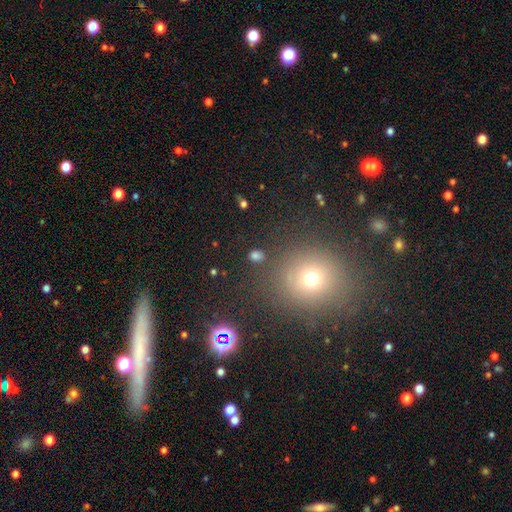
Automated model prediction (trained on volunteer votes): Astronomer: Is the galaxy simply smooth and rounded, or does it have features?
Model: smooth — 75%.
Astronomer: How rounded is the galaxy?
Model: round — 63%.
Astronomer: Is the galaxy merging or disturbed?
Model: none — 84%.